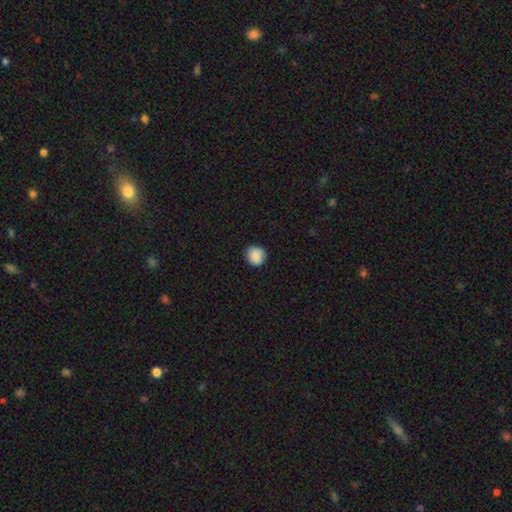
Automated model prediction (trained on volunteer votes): Smooth or featured? smooth (88%)
How rounded? round (89%)
Merging? none (87%)